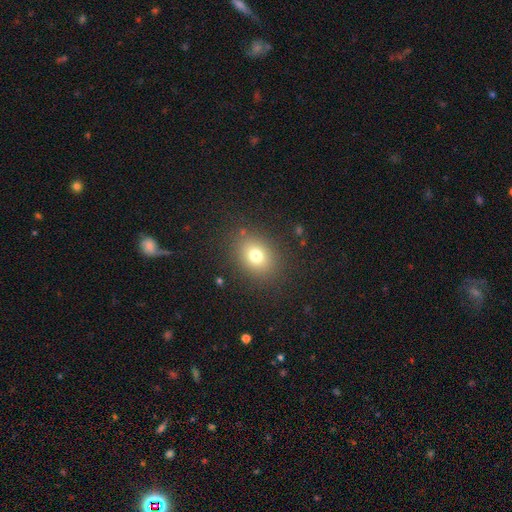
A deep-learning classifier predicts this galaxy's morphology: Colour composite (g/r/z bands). It shows a smooth galaxy with no disk features (75%) that is in between round and cigar-shaped (50%). Merging: none (86%).